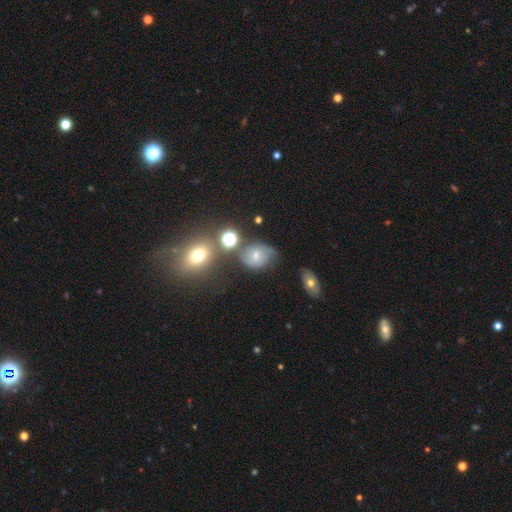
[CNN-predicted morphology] featured or disk 45%, smooth 30%, star or artifact 25%. Down the decision tree: merging — none (63%).